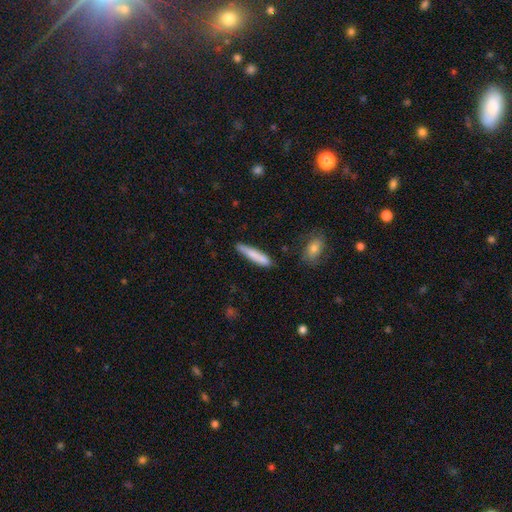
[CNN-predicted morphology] A smooth galaxy with no disk features (79%) that is cigar-shaped (91%). Merging: none (80%).